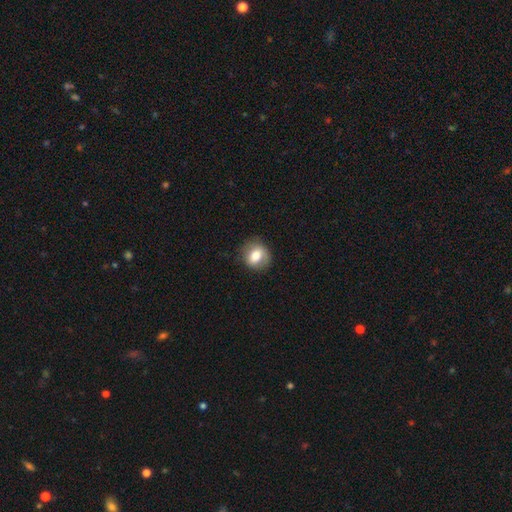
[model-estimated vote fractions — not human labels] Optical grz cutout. It shows a smooth galaxy with no disk features (73%) that is round (69%). Merging: none (77%).